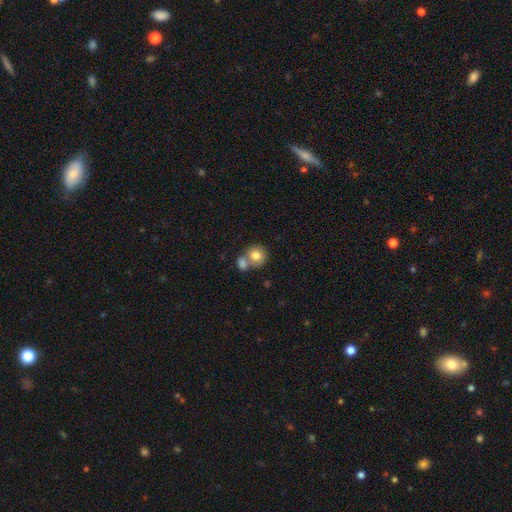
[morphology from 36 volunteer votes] Volunteers were most divided on "merging": none: 44%, merger: 42%, minor disturbance: 14%, major disturbance: 0%. More confident: smooth or featured — smooth (94%); how rounded — round (94%).